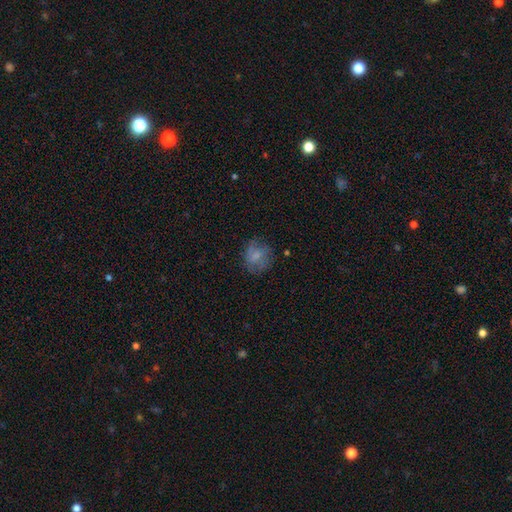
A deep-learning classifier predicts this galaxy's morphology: Overall: smooth (65%). How rounded: round (74%). Merging: none (65%).